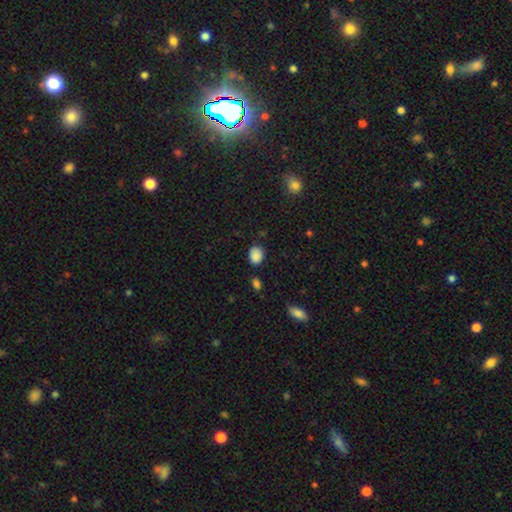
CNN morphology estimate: Q: Smooth or featured?
A: smooth (87%); runner-up: star or artifact (9%)
Q: How rounded?
A: in between (56%); runner-up: round (43%)
Q: Merging?
A: none (75%); runner-up: minor disturbance (19%)